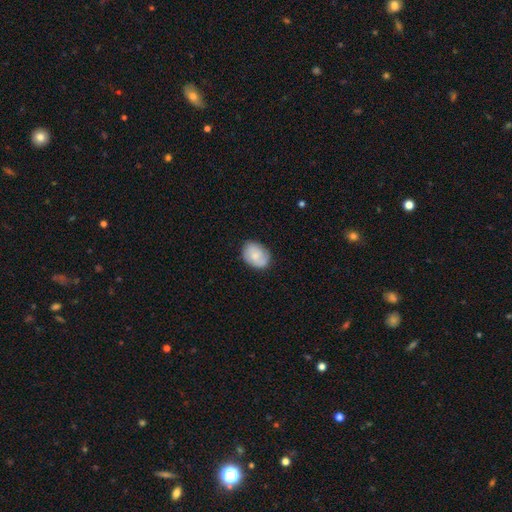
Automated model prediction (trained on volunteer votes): A smooth galaxy with no disk features (66%) that is in between round and cigar-shaped (69%).

Vote fractions:
- Smooth or featured? smooth: 66% / featured or disk: 27% / star or artifact: 7%
- How rounded? in between: 69% / round: 30% / cigar-shaped: 1%
- Merging? none: 76% / minor disturbance: 18% / major disturbance: 4% / merger: 1%